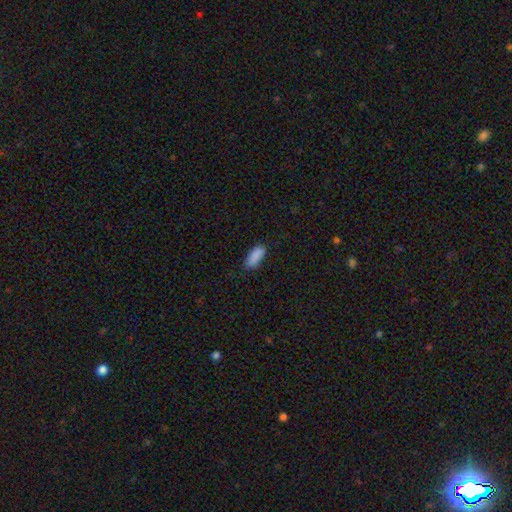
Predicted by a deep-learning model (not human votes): smooth 89%, star or artifact 7%, featured or disk 4%. Down the decision tree: how rounded — in between (79%); merging — none (79%).